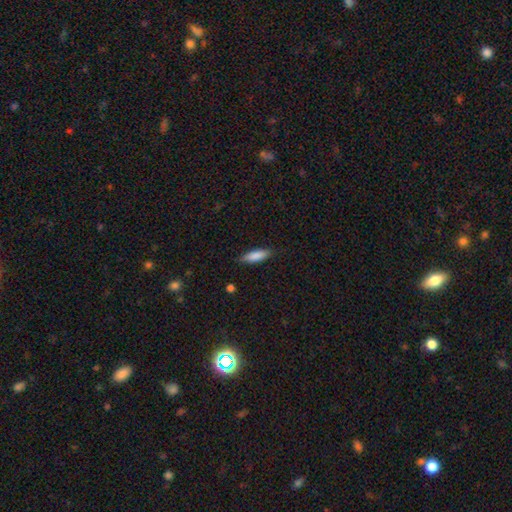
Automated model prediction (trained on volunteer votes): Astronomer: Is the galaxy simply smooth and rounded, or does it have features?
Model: smooth — 86%.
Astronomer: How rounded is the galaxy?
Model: in between — 51% (runner-up: cigar-shaped, 47%).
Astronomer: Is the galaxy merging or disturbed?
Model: none — 85%.